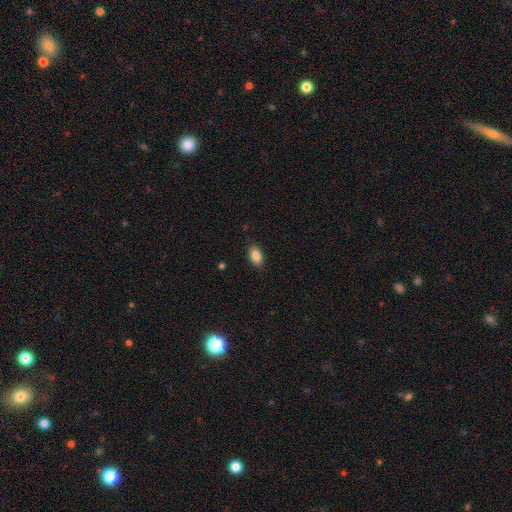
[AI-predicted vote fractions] Morphology: type=smooth (87%); roundness=in between (91%); merging=none (87%).